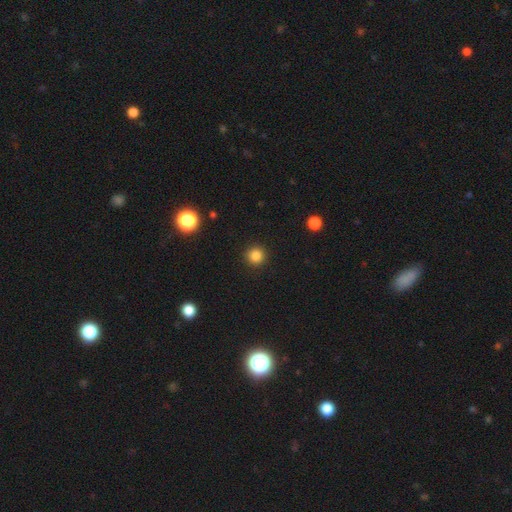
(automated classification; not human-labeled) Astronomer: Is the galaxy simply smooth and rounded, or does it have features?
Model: smooth — 84%.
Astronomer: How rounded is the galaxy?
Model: round — 95%.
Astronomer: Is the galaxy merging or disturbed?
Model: none — 92%.